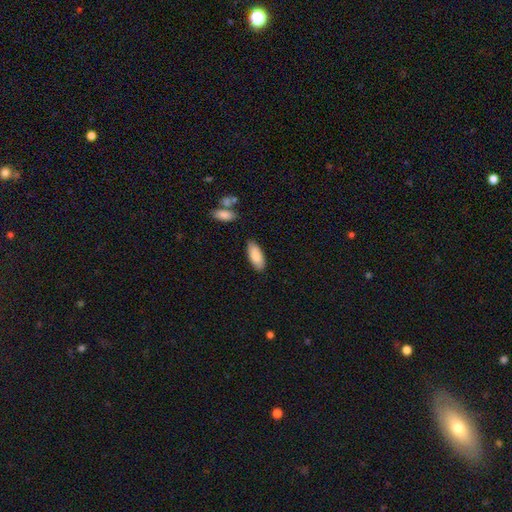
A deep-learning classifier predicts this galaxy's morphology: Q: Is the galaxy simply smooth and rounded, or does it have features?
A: smooth — 87%.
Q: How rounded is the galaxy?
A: in between — 83%.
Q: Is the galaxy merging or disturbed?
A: none — 83%.